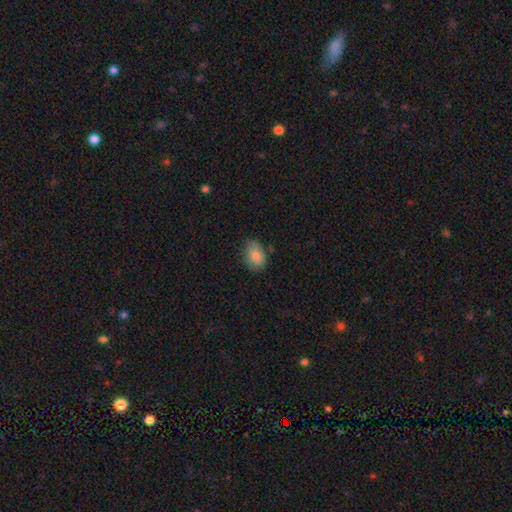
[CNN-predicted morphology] Q: Smooth or featured?
A: smooth (83%); runner-up: featured or disk (10%)
Q: How rounded?
A: in between (83%); runner-up: round (16%)
Q: Merging?
A: none (69%); runner-up: minor disturbance (25%)